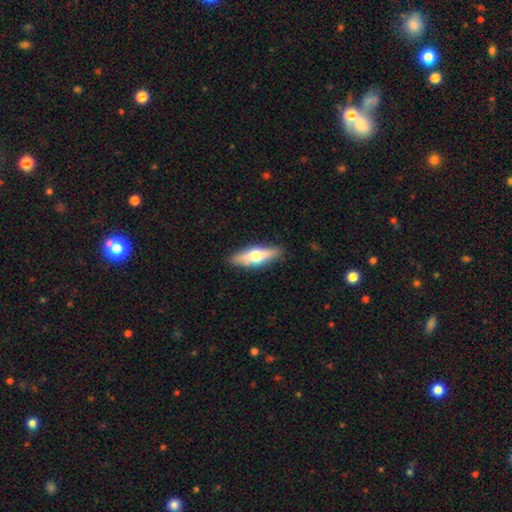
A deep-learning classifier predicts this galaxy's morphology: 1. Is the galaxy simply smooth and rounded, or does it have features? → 49% smooth, 46% featured or disk, 6% star or artifact.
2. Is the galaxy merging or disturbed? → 87% none, 10% minor disturbance, 2% major disturbance, 1% merger.